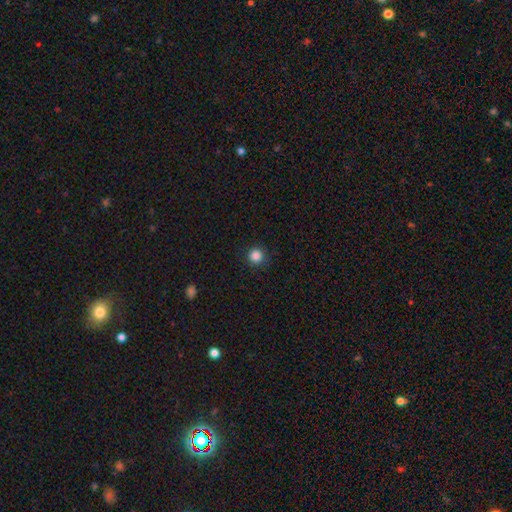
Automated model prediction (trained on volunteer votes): Smooth or featured? Predicted: smooth (p=0.86). How rounded? Predicted: round (p=0.96). Merging? Predicted: none (p=0.91).